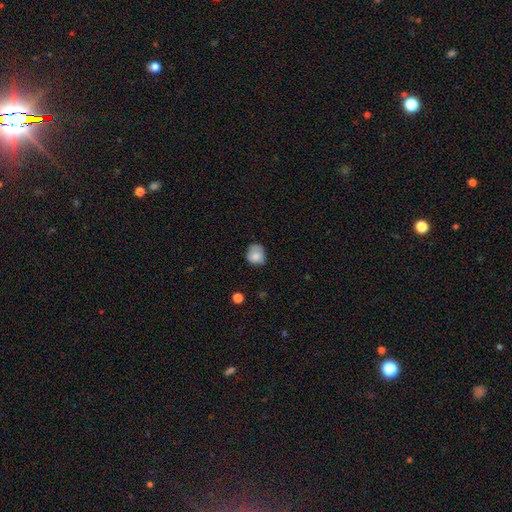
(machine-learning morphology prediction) Smooth or featured? smooth (80%)
How rounded? round (71%)
Merging? none (60%)